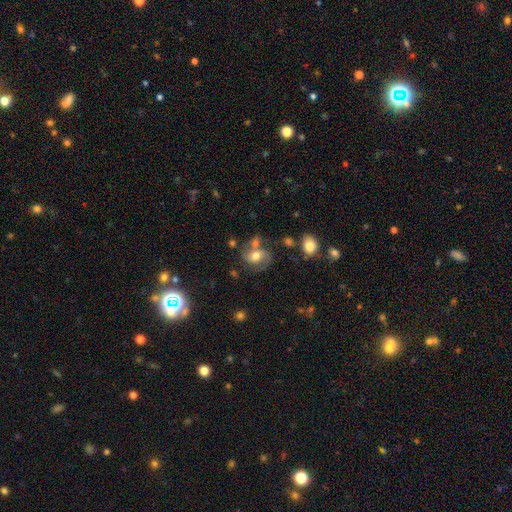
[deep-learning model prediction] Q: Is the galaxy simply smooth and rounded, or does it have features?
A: featured or disk — 61%.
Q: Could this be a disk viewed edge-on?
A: no — 97%.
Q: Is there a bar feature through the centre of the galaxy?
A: no — 50%.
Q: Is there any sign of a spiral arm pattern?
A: yes — 88%.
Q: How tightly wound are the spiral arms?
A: medium — 53%.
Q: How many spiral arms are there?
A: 2 — 81%.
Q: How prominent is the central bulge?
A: moderate — 64%.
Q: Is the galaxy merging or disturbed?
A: none — 50%.